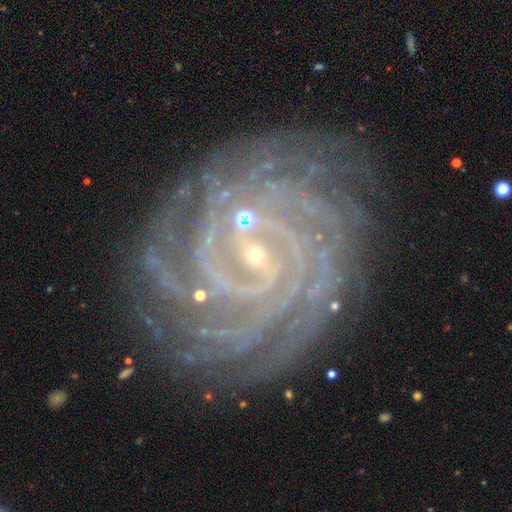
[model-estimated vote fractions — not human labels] Morphology: type=featured or disk (91%); edge-on=no (98%); bar=weak (41%); spiral arms=yes (99%); winding=tight (81%); arm count=4 (25%); bulge=small (85%); merging=none (78%).